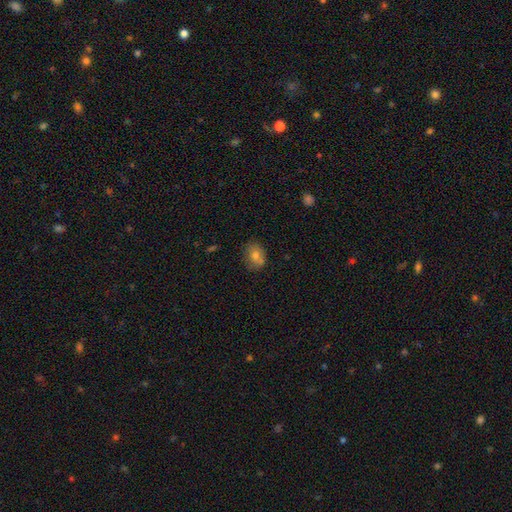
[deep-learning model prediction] This is likely a smooth galaxy (72%). How rounded: possibly in between (51%). Merging: likely none (69%).